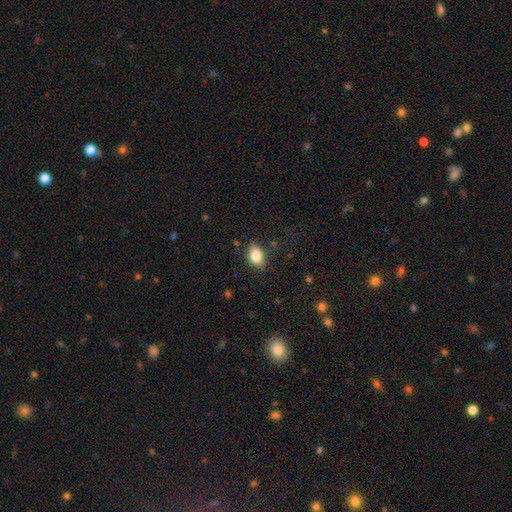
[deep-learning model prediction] Overall: smooth (82%). How rounded: in between (79%). Merging: none (77%).